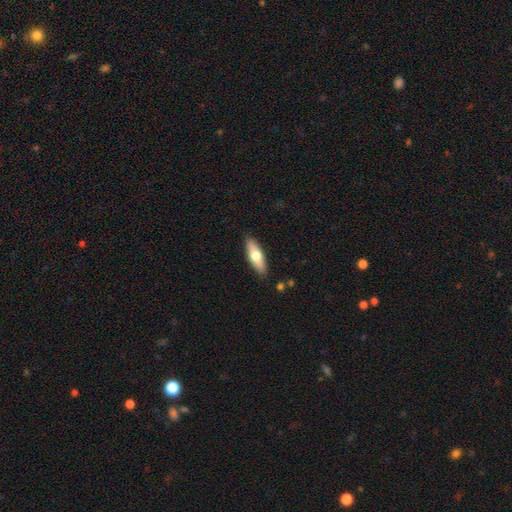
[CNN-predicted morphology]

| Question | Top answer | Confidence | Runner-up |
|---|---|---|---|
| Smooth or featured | smooth | 62% | featured or disk (33%) |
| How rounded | in between | 56% | cigar-shaped (41%) |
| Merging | none | 88% | minor disturbance (9%) |